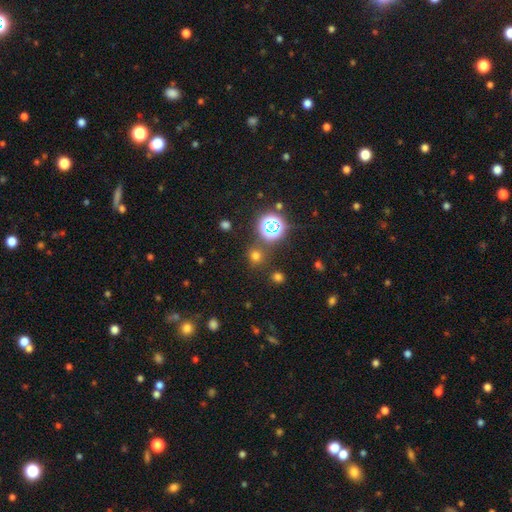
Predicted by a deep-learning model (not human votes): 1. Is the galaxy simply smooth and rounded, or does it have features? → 61% smooth, 33% star or artifact, 6% featured or disk.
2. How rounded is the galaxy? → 88% round, 11% in between, 1% cigar-shaped.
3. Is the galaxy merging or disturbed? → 82% none, 8% minor disturbance, 6% merger, 4% major disturbance.